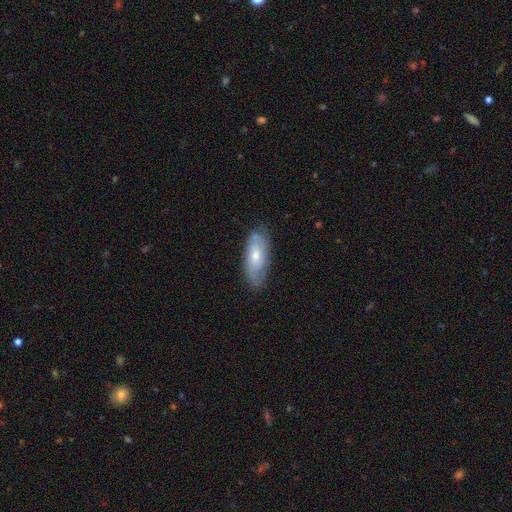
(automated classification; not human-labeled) smooth_or_featured: smooth (p=0.52) [alt: featured or disk p=0.41]
how_rounded: in between (p=0.78) [alt: cigar-shaped p=0.20]
merging: none (p=0.72) [alt: minor disturbance p=0.22]